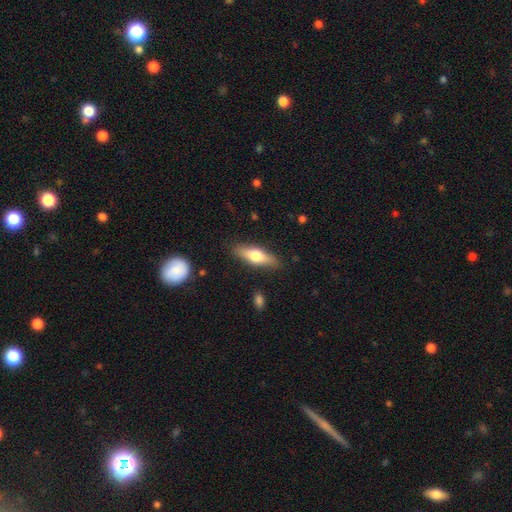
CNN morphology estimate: A smooth galaxy with no disk features (59%) that is in between round and cigar-shaped (49%).

Vote fractions:
- Smooth or featured? smooth: 59% / featured or disk: 35% / star or artifact: 6%
- How rounded? in between: 49% / cigar-shaped: 48% / round: 3%
- Merging? none: 86% / minor disturbance: 10% / major disturbance: 2% / merger: 1%